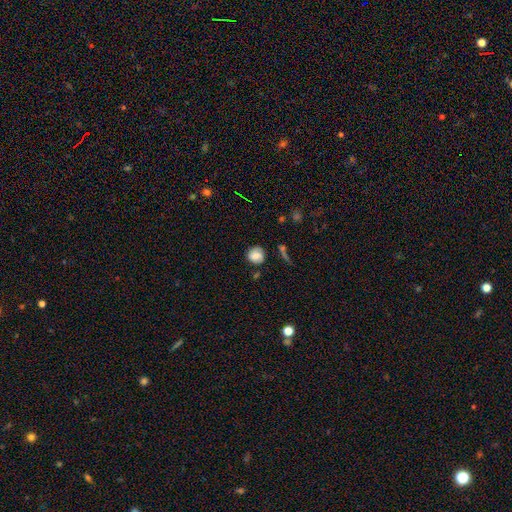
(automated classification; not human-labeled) A smooth galaxy with no disk features (71%) that is round (82%).

Vote fractions:
- Smooth or featured? smooth: 71% / featured or disk: 19% / star or artifact: 10%
- How rounded? round: 82% / in between: 17% / cigar-shaped: 1%
- Merging? none: 69% / minor disturbance: 19% / major disturbance: 6% / merger: 5%